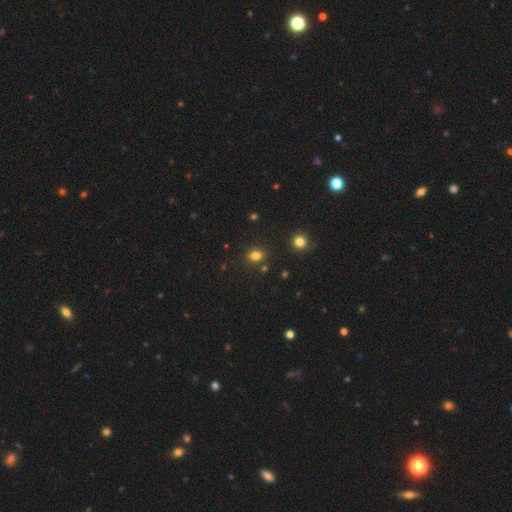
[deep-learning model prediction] Smooth or featured: smooth — 80% (star or artifact — 15%)
How rounded: round — 57% (in between — 42%)
Merging: none — 84% (minor disturbance — 9%)